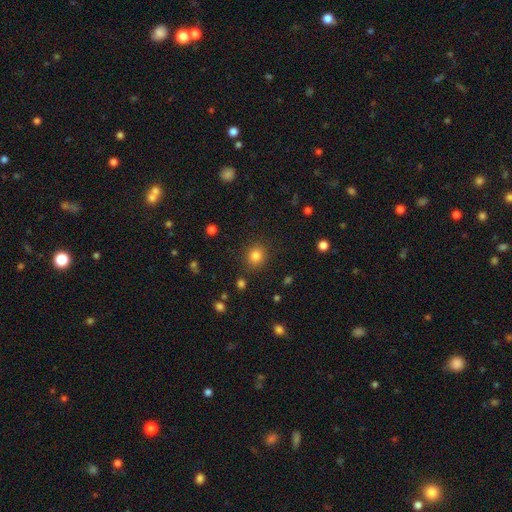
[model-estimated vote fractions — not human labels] A smooth galaxy with no disk features (82%) that is round (82%).

Vote fractions:
- Smooth or featured? smooth: 82% / star or artifact: 12% / featured or disk: 6%
- How rounded? round: 82% / in between: 17% / cigar-shaped: 1%
- Merging? none: 87% / minor disturbance: 8% / major disturbance: 3% / merger: 2%